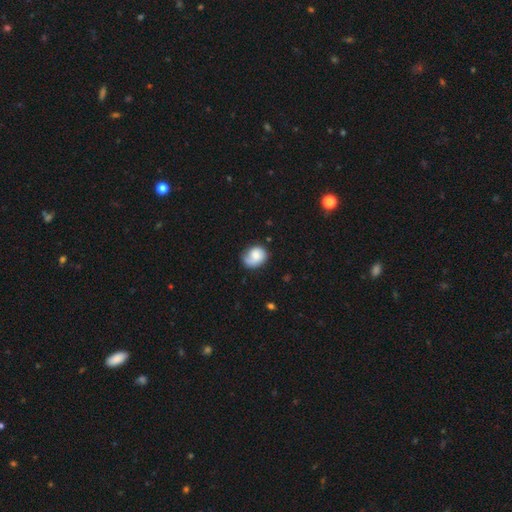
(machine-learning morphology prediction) type=smooth (57%); roundness=round (57%); merging=none (55%).